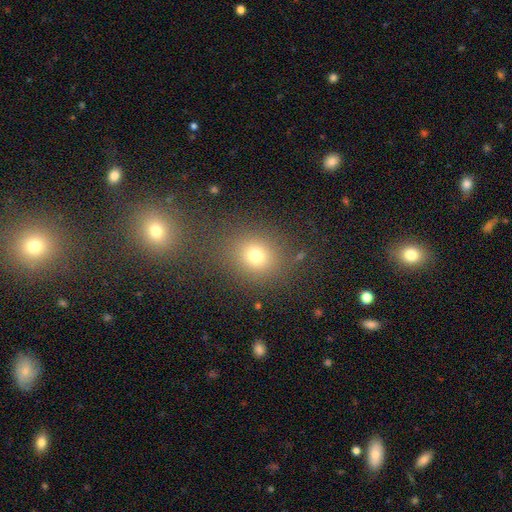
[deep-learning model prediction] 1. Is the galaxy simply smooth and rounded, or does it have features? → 73% smooth, 18% star or artifact, 9% featured or disk.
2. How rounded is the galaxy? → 74% round, 25% in between, 1% cigar-shaped.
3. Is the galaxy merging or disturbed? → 72% none, 13% merger, 10% minor disturbance, 5% major disturbance.